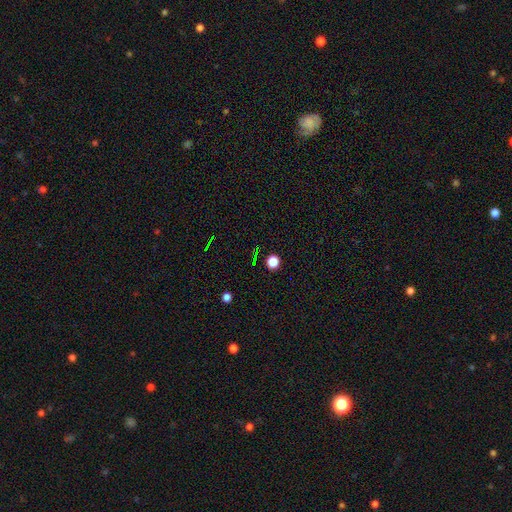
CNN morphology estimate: Smooth or featured?
  - smooth: 47% *
  - star or artifact: 45%
  - featured or disk: 8%
Merging?
  - none: 91% *
  - minor disturbance: 5%
  - major disturbance: 3%
  - merger: 2%